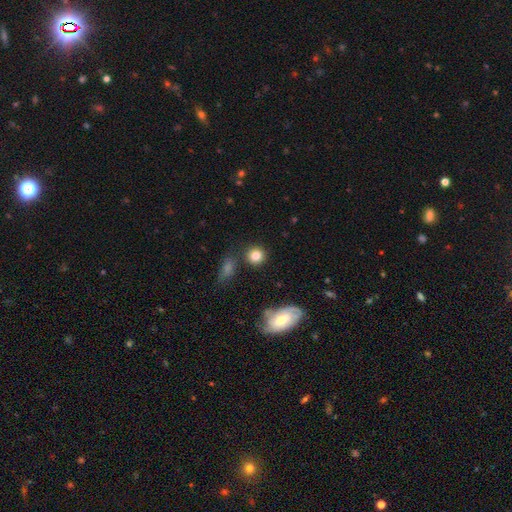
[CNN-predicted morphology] smooth 82%, star or artifact 10%, featured or disk 8%. Down the decision tree: how rounded — round (89%); merging — none (83%).